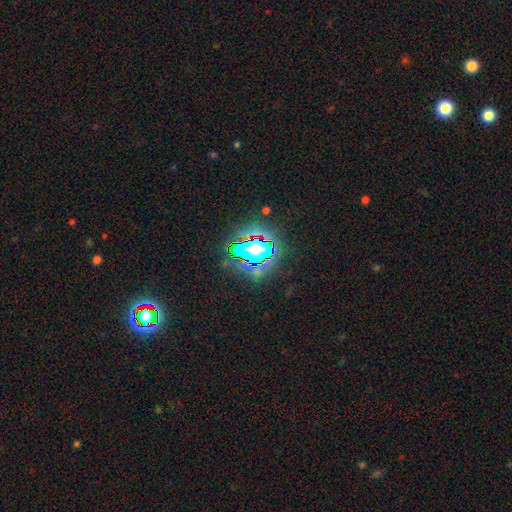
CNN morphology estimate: type=star or artifact (82%).